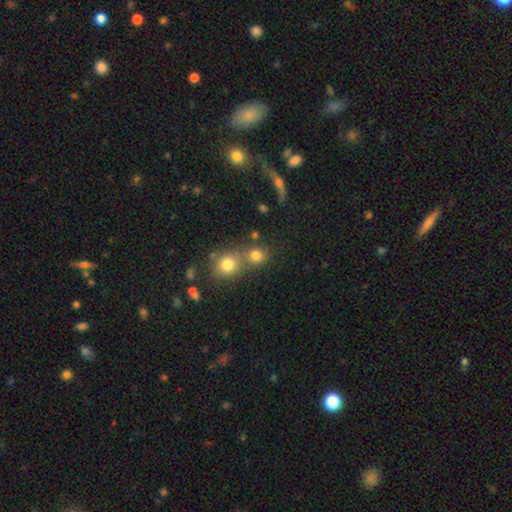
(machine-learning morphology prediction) A smooth galaxy with no disk features (77%) that is round (83%). Merging: none (49%).